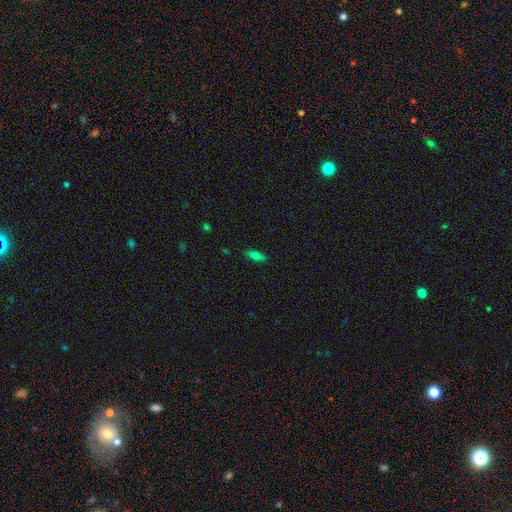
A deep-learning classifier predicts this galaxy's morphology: type=smooth (69%); roundness=in between (68%); merging=none (84%).